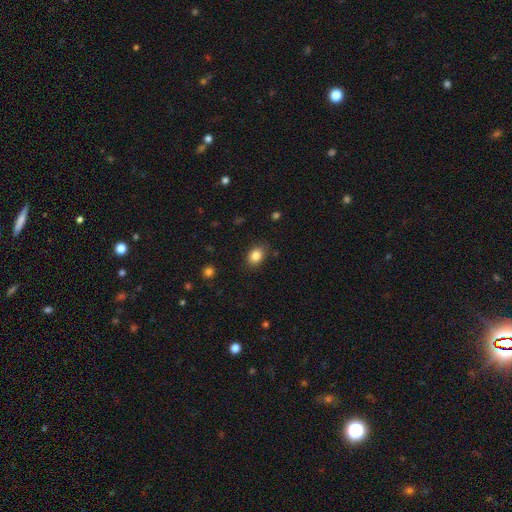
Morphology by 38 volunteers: Smooth or featured: smooth — 84% (featured or disk — 8%)
How rounded: in between — 66% (round — 34%)
Merging: none — 71% (minor disturbance — 26%)